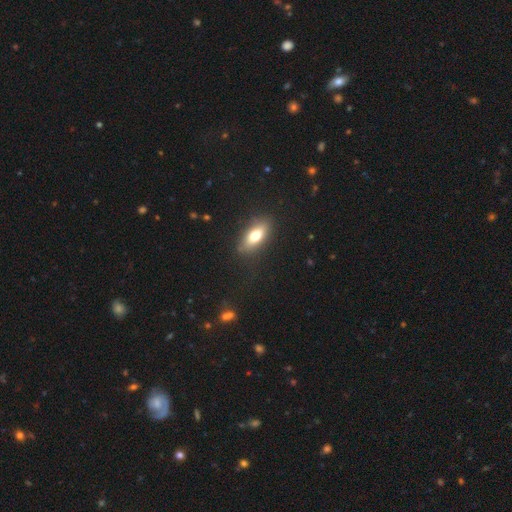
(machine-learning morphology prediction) This appears to be a smooth galaxy with no disk features (64%) that is in between round and cigar-shaped (77%). Merging: none (85%).